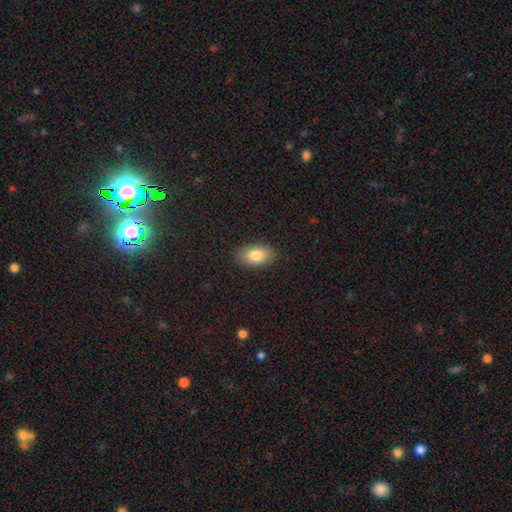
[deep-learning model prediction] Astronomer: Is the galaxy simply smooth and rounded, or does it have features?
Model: smooth — 82%.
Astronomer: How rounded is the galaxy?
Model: in between — 92%.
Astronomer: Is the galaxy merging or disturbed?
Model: none — 88%.